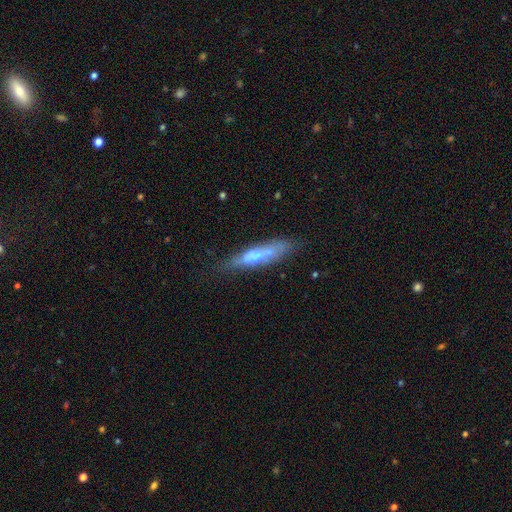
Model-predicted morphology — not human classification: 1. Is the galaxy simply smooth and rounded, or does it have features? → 51% smooth, 41% featured or disk, 8% star or artifact.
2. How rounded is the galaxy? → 75% cigar-shaped, 23% in between, 2% round.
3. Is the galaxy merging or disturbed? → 57% none, 22% minor disturbance, 12% merger, 9% major disturbance.